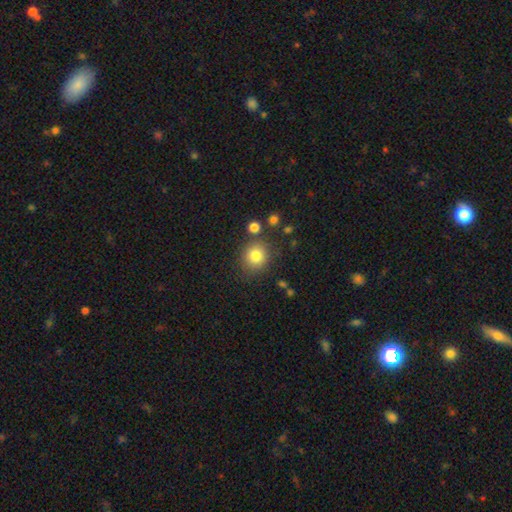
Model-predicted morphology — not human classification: Smooth or featured? smooth (81%)
How rounded? round (84%)
Merging? none (80%)